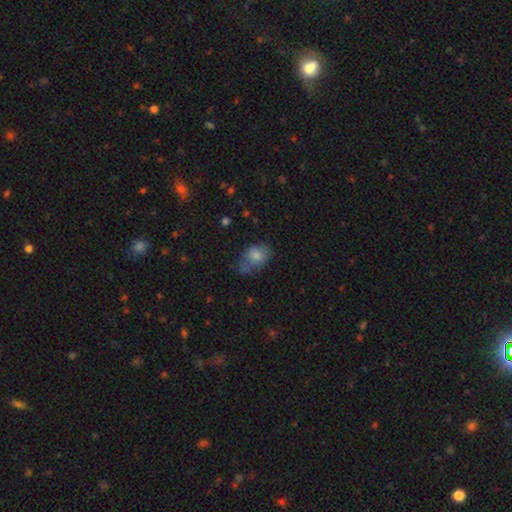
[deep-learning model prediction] smooth_or_featured: smooth (p=0.72) [alt: featured or disk p=0.19]
how_rounded: in between (p=0.75) [alt: round p=0.24]
merging: none (p=0.39) [alt: minor disturbance p=0.32]